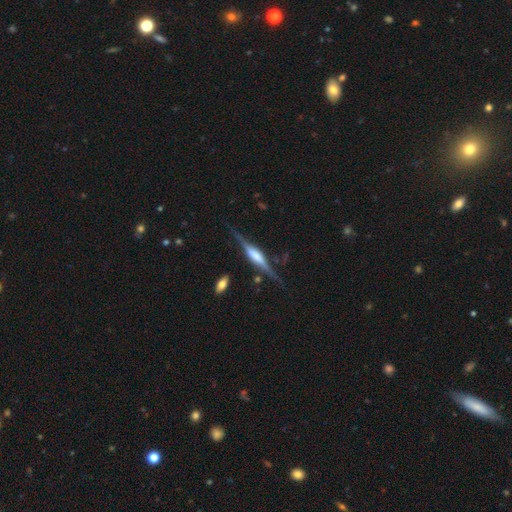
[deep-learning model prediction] Smooth or featured?
  - featured or disk: 80% *
  - smooth: 14%
  - star or artifact: 6%
Edge-on disk?
  - yes: 97% *
  - no: 3%
Edge-on bulge?
  - boxy: 49% *
  - rounded: 45%
  - none: 6%
Merging?
  - none: 77% *
  - minor disturbance: 15%
  - major disturbance: 5%
  - merger: 2%